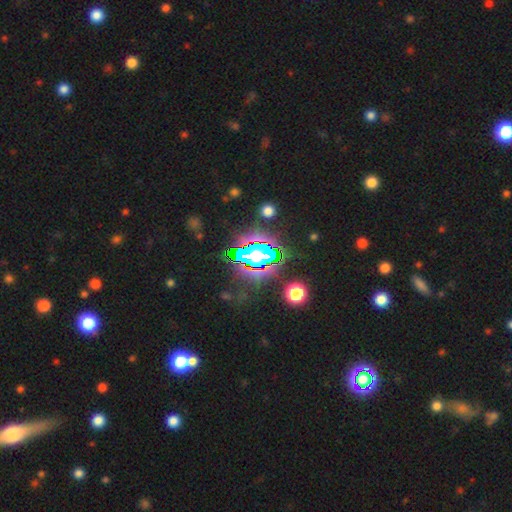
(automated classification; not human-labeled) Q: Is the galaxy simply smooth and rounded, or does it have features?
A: star or artifact — 69%.